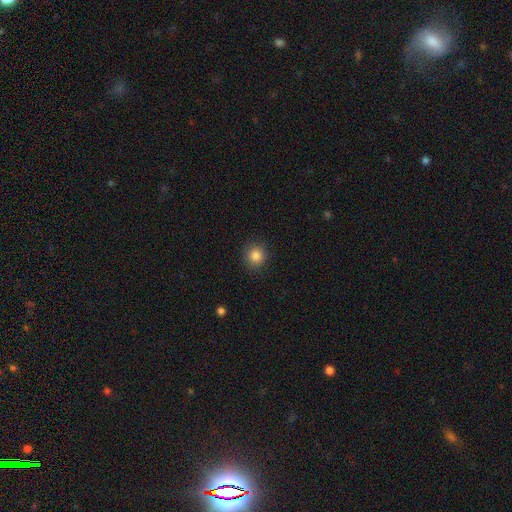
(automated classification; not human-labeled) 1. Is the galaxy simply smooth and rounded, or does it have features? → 84% smooth, 11% star or artifact, 5% featured or disk.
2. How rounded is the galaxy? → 90% round, 9% in between, 1% cigar-shaped.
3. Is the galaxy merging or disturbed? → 89% none, 7% minor disturbance, 2% major disturbance, 1% merger.